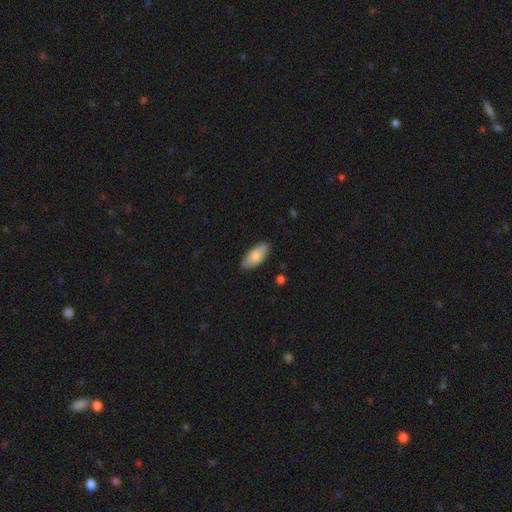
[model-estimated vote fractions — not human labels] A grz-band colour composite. It shows a smooth galaxy with no disk features (79%) that is in between round and cigar-shaped (89%). Merging: none (83%).